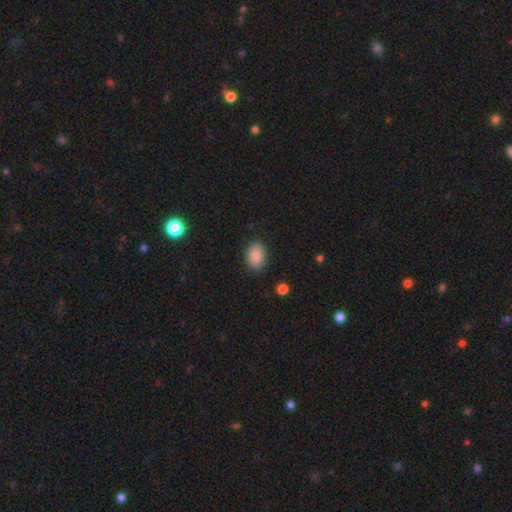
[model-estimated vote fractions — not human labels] A smooth galaxy with no disk features (85%) that is in between round and cigar-shaped (81%).

Vote fractions:
- Smooth or featured? smooth: 85% / star or artifact: 8% / featured or disk: 7%
- How rounded? in between: 81% / round: 18% / cigar-shaped: 1%
- Merging? none: 87% / minor disturbance: 10% / major disturbance: 2% / merger: 1%